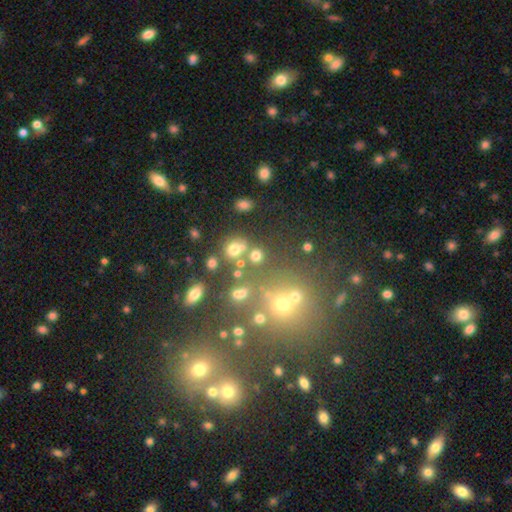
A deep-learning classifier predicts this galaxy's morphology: Q: Smooth or featured?
A: smooth (65%); runner-up: star or artifact (22%)
Q: How rounded?
A: round (76%); runner-up: in between (22%)
Q: Merging?
A: none (61%); runner-up: merger (22%)